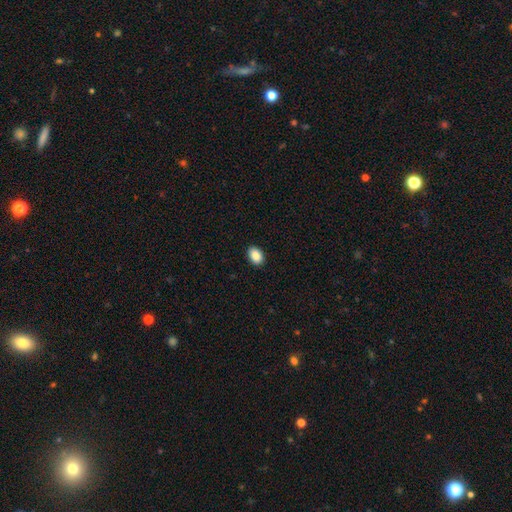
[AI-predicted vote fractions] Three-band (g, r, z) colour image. It shows a smooth galaxy with no disk features (89%) that is in between round and cigar-shaped (81%). Merging: none (91%).